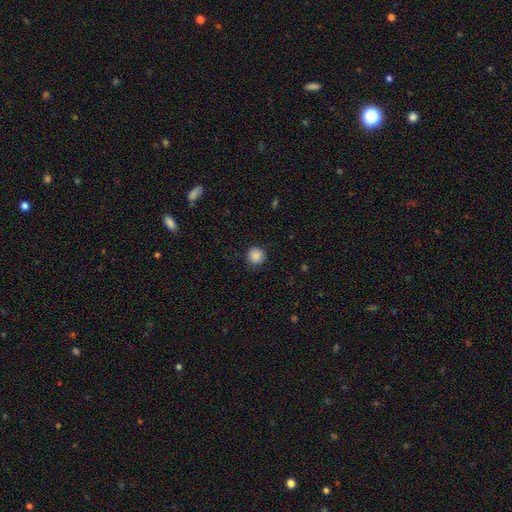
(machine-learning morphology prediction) A smooth galaxy with no disk features (87%) that is round (95%).

Vote fractions:
- Smooth or featured? smooth: 87% / star or artifact: 9% / featured or disk: 3%
- How rounded? round: 95% / in between: 4% / cigar-shaped: 1%
- Merging? none: 91% / minor disturbance: 6% / major disturbance: 2% / merger: 1%